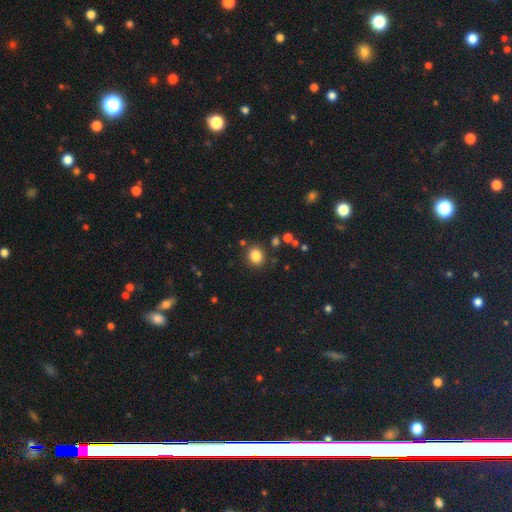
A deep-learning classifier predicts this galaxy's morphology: Smooth or featured? Predicted: smooth (p=0.84). How rounded? Predicted: round (p=0.71). Merging? Predicted: none (p=0.85).